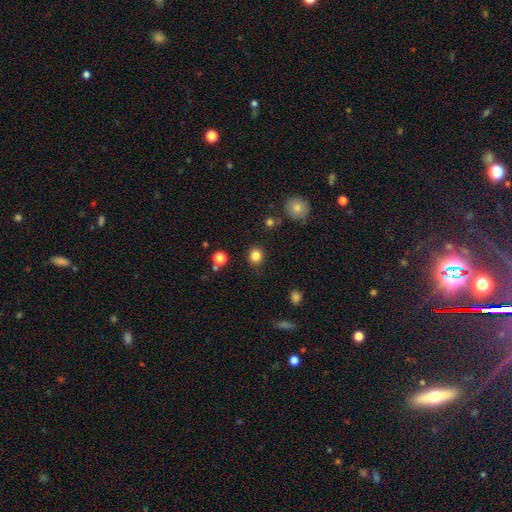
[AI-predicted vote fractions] This appears to be a smooth galaxy with no disk features (84%) that is round (83%). Merging: none (88%).